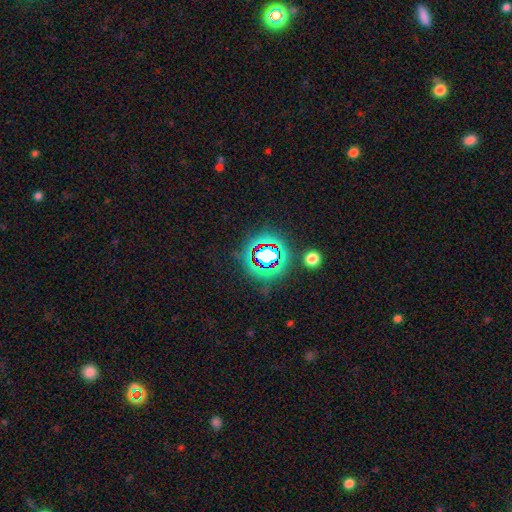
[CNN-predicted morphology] star or artifact 75%, smooth 15%, featured or disk 10%.